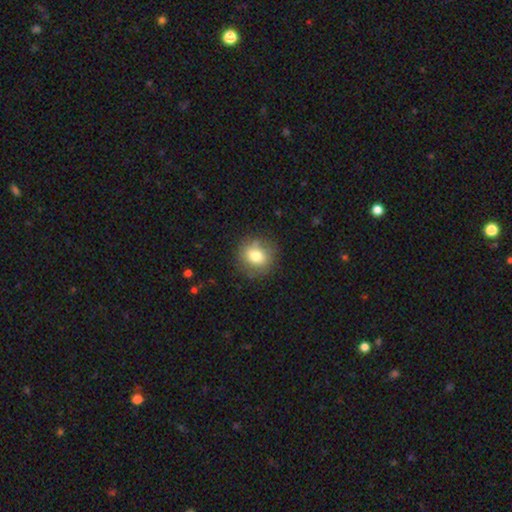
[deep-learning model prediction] Morphology: type=smooth (78%); roundness=round (81%); merging=none (81%).